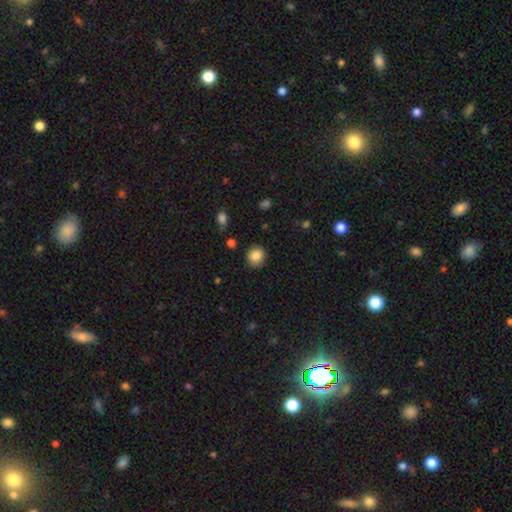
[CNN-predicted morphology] smooth_or_featured: smooth (p=0.86) [alt: star or artifact p=0.09]
how_rounded: round (p=0.84) [alt: in between p=0.15]
merging: none (p=0.87) [alt: minor disturbance p=0.09]